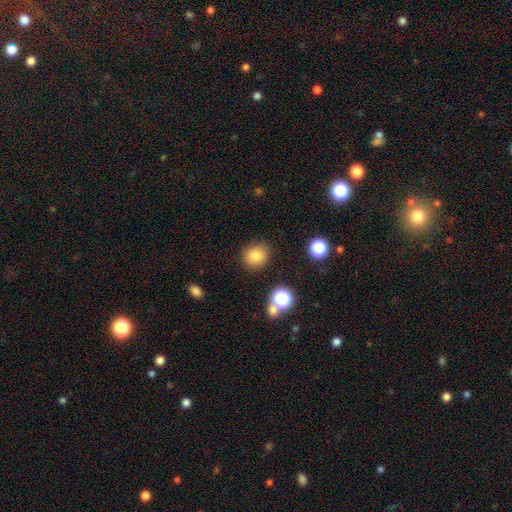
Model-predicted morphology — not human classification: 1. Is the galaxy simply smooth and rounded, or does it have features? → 79% smooth, 13% star or artifact, 8% featured or disk.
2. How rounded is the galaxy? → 80% round, 19% in between, 1% cigar-shaped.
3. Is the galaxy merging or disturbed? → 86% none, 9% minor disturbance, 3% major disturbance, 3% merger.